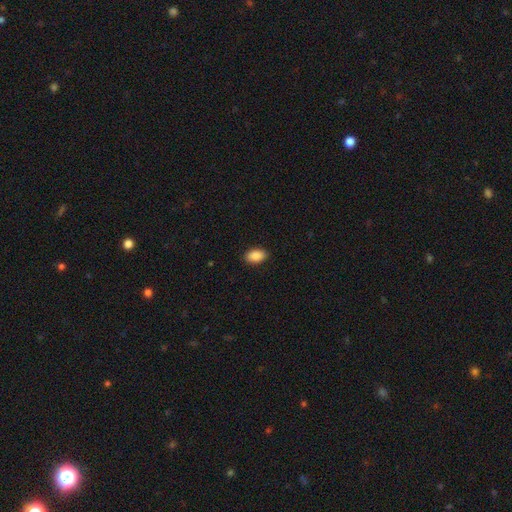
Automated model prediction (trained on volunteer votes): smooth 90%, star or artifact 7%, featured or disk 3%. Down the decision tree: how rounded — in between (92%); merging — none (89%).